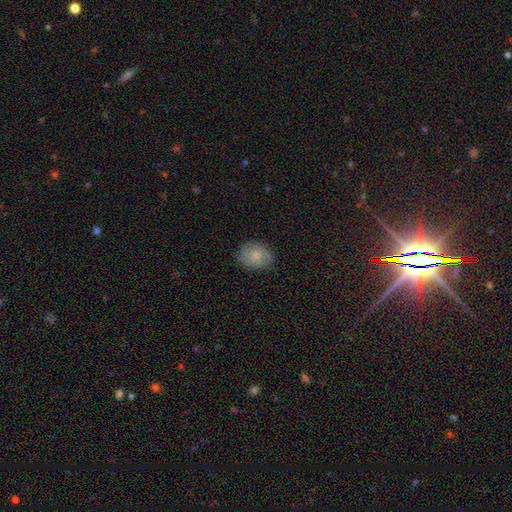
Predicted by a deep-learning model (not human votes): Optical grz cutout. It shows a smooth galaxy with no disk features (65%) that is in between round and cigar-shaped (54%). Merging: none (75%).